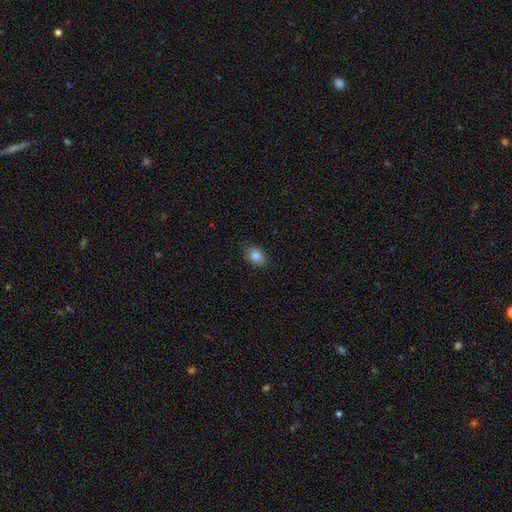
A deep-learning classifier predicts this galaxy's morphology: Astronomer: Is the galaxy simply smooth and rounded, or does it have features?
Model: smooth — 85%.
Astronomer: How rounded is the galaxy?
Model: in between — 70%.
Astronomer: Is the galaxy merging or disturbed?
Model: none — 87%.